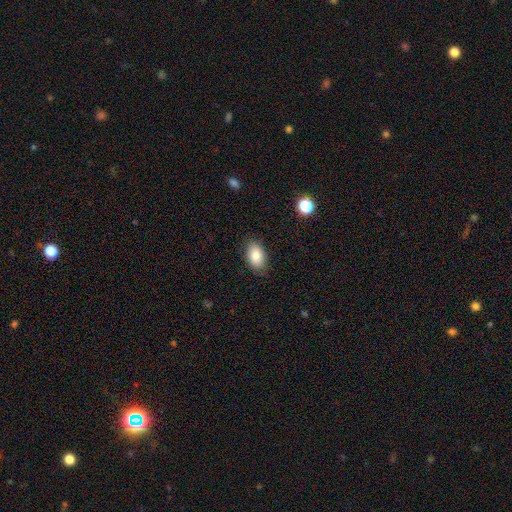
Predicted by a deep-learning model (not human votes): smooth 84%, featured or disk 8%, star or artifact 8%. Down the decision tree: how rounded — in between (92%); merging — none (85%).